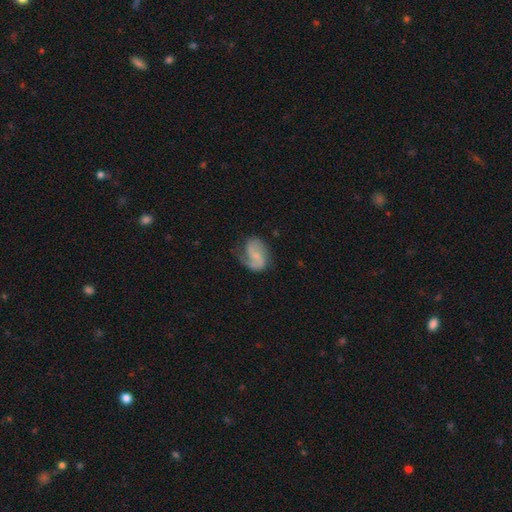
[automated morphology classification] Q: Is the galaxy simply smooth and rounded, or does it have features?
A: featured or disk — 75%.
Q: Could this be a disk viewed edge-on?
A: no — 98%.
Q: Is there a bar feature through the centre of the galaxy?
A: no — 46%.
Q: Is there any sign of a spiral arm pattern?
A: yes — 94%.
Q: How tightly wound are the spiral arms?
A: medium — 46%.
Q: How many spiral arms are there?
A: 2 — 77%.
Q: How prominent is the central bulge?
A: small — 56%.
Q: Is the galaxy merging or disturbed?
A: none — 58%.